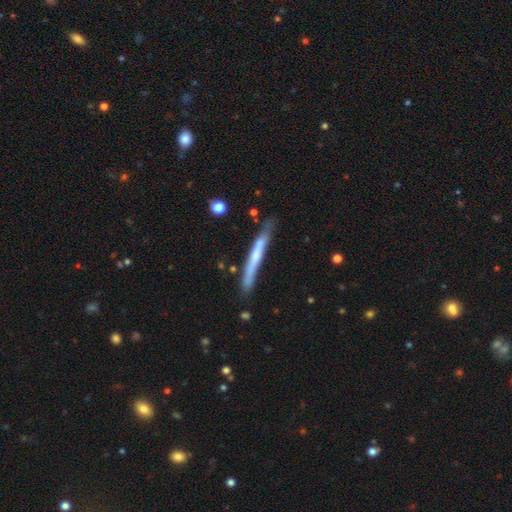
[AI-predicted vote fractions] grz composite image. It shows a featured or disk galaxy (50%) viewed edge-on (92%). Merging: none (74%).